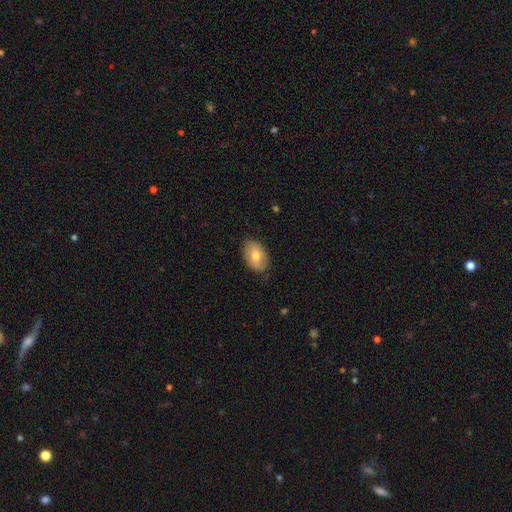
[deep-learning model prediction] smooth_or_featured: smooth (p=0.70) [alt: featured or disk p=0.23]
how_rounded: in between (p=0.88) [alt: round p=0.10]
merging: none (p=0.82) [alt: minor disturbance p=0.15]